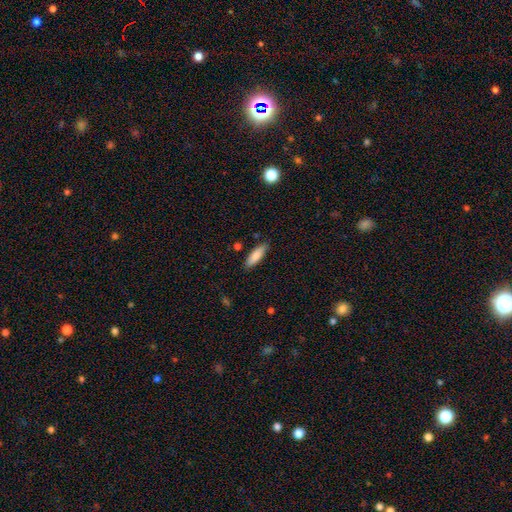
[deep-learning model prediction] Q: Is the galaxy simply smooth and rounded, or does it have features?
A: smooth — 84%.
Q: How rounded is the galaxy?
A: in between — 51%.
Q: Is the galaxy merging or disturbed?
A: none — 85%.